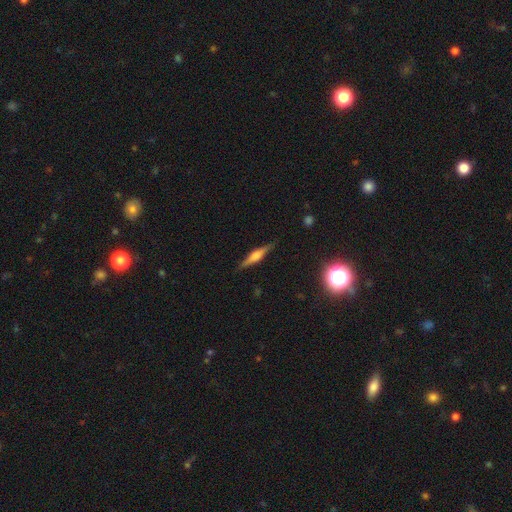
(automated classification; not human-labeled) A featured or disk galaxy (66%) viewed edge-on (97%) with a rounded central bulge (75%). Merging: none (88%).